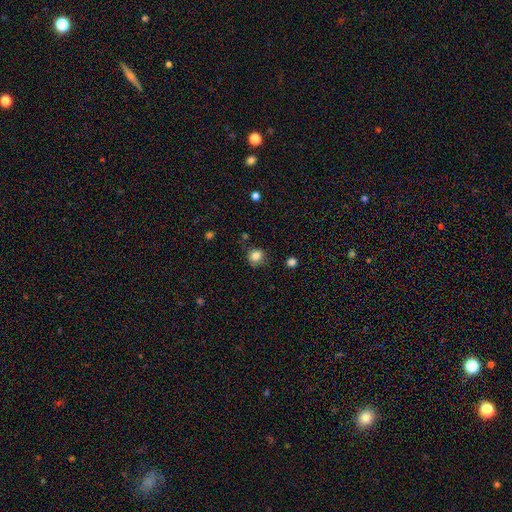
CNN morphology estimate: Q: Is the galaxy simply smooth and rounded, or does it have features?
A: smooth — 83%.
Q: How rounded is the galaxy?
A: round — 86%.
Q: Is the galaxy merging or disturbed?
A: none — 79%.